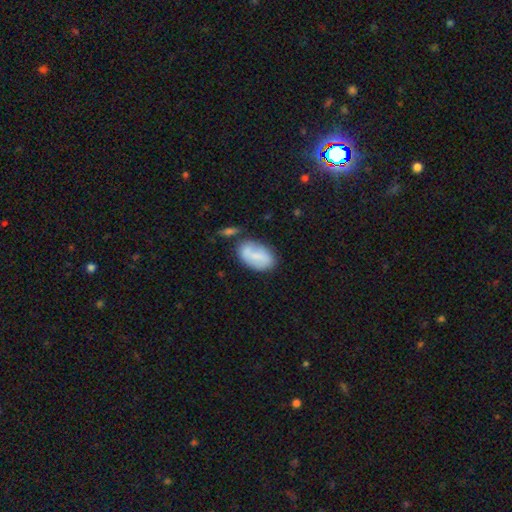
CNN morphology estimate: type=smooth (64%); roundness=in between (91%); merging=none (58%).